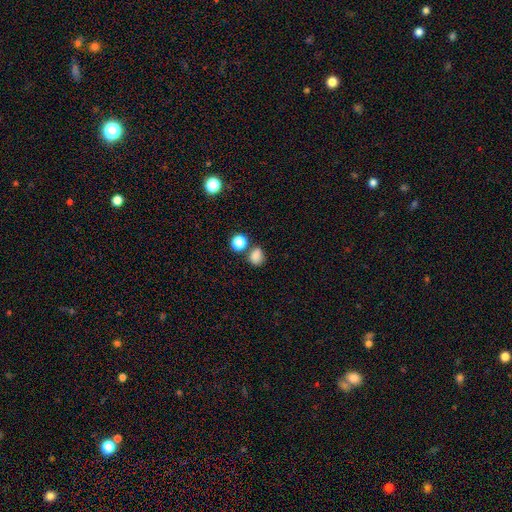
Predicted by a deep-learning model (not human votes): A smooth galaxy with no disk features (82%) that is round (55%).

Vote fractions:
- Smooth or featured? smooth: 82% / star or artifact: 14% / featured or disk: 5%
- How rounded? round: 55% / in between: 44% / cigar-shaped: 1%
- Merging? none: 66% / merger: 16% / minor disturbance: 13% / major disturbance: 5%